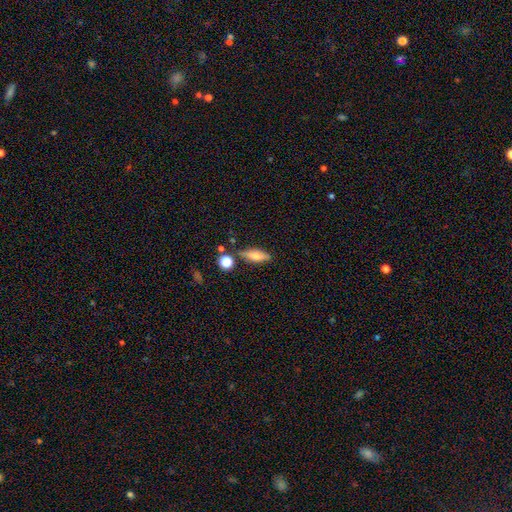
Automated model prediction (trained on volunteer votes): The model was most divided on "how rounded": in between: 53%, cigar-shaped: 42%, round: 5%. More confident: merging — none (73%); smooth or featured — smooth (66%).